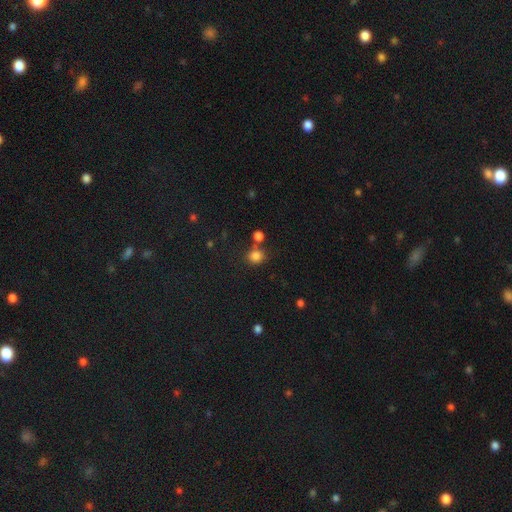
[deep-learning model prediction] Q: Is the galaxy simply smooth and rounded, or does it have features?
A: smooth — 81%.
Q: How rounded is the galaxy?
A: round — 82%.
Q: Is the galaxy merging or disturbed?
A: none — 67%.